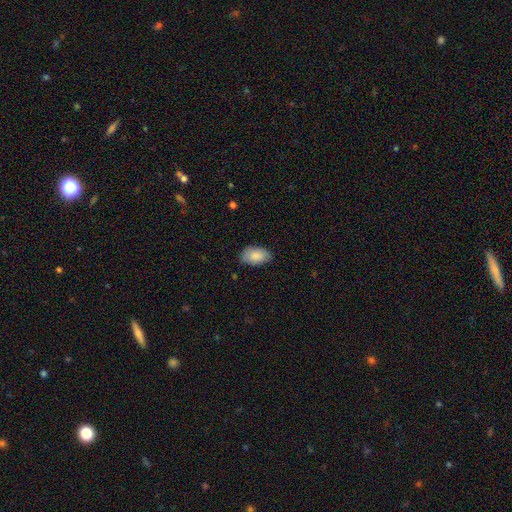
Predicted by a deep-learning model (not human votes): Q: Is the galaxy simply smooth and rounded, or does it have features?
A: smooth — 87%.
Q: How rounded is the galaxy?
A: in between — 93%.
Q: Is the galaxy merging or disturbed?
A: none — 78%.